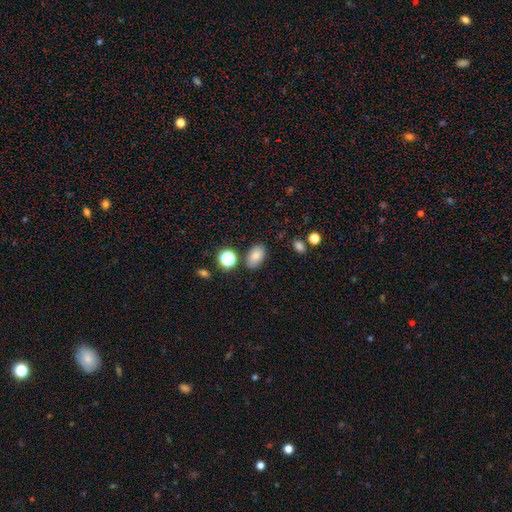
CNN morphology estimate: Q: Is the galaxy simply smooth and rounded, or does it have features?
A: smooth — 80%.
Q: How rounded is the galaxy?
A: in between — 87%.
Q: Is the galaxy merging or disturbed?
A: none — 81%.